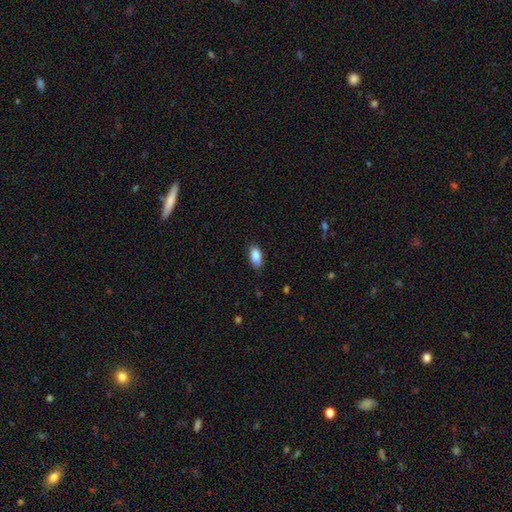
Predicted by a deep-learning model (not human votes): A smooth galaxy with no disk features (88%) that is in between round and cigar-shaped (90%).

Vote fractions:
- Smooth or featured? smooth: 88% / star or artifact: 7% / featured or disk: 5%
- How rounded? in between: 90% / cigar-shaped: 6% / round: 3%
- Merging? none: 85% / minor disturbance: 11% / major disturbance: 2% / merger: 1%